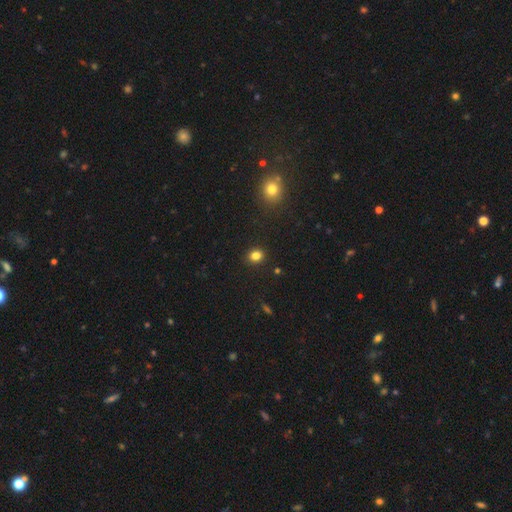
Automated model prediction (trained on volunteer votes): Smooth or featured: smooth — 82% (star or artifact — 13%)
How rounded: round — 67% (in between — 32%)
Merging: none — 90% (minor disturbance — 6%)